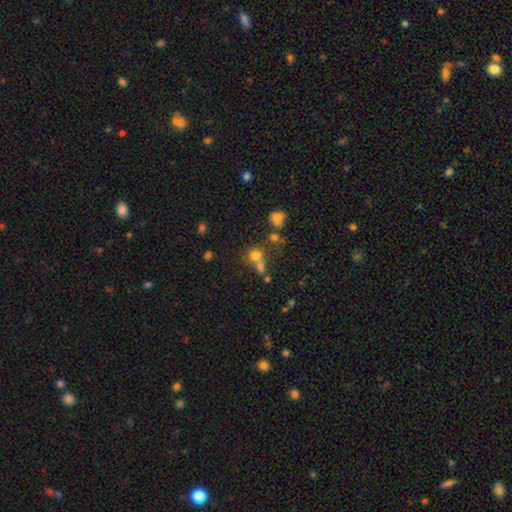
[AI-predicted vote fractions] Smooth or featured? smooth (68%)
How rounded? round (78%)
Merging? none (43%)